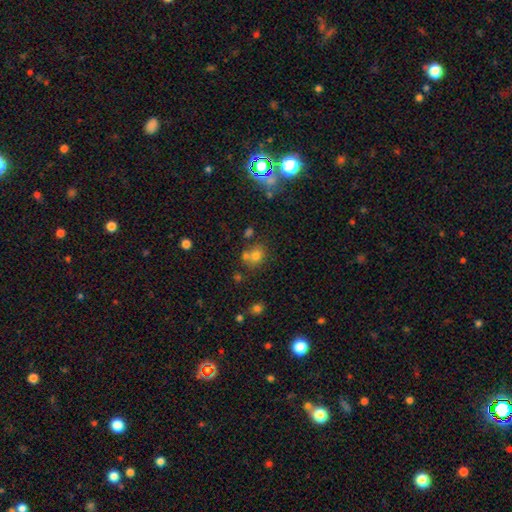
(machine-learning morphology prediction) This appears to be a smooth galaxy with no disk features (72%) that is round (66%). Merging: none (53%).